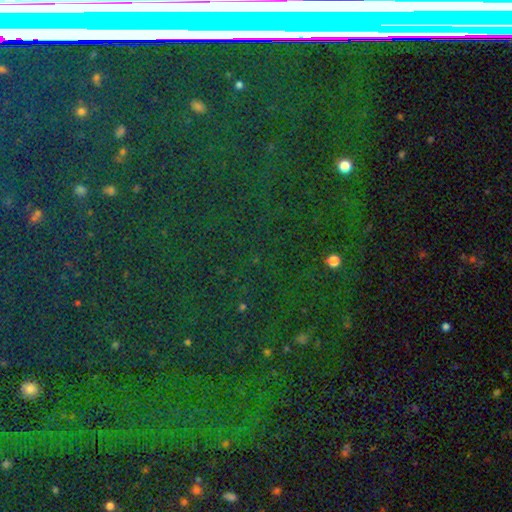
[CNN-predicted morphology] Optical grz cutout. It shows a star or artifact, not a galaxy (82%).